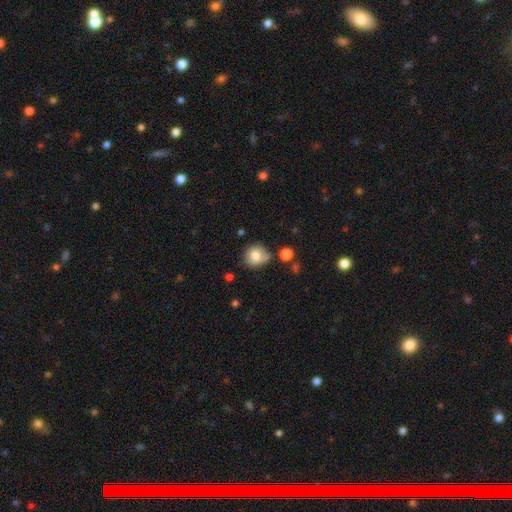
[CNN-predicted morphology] A smooth galaxy with no disk features (78%) that is round (81%).

Vote fractions:
- Smooth or featured? smooth: 78% / featured or disk: 13% / star or artifact: 10%
- How rounded? round: 81% / in between: 18% / cigar-shaped: 1%
- Merging? none: 65% / minor disturbance: 21% / merger: 9% / major disturbance: 5%